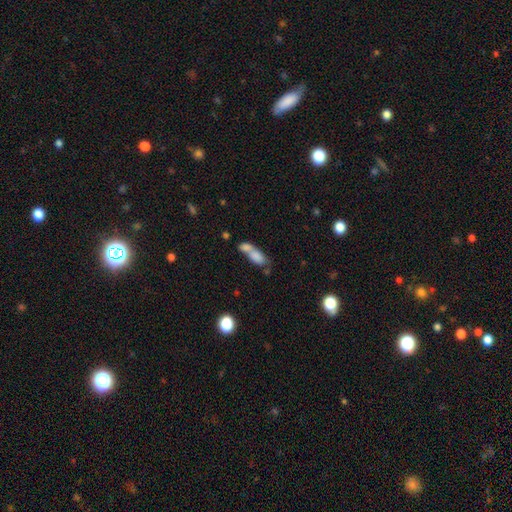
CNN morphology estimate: smooth_or_featured: smooth (p=0.75) [alt: featured or disk p=0.16]
how_rounded: in between (p=0.76) [alt: cigar-shaped p=0.15]
merging: merger (p=0.67) [alt: none p=0.19]